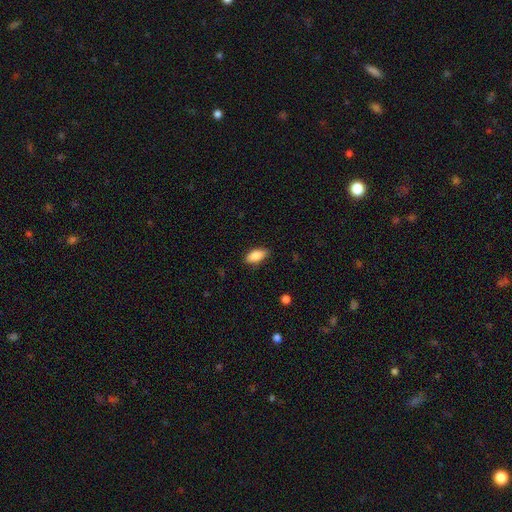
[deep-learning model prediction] smooth_or_featured: smooth (p=0.86) [alt: featured or disk p=0.08]
how_rounded: in between (p=0.89) [alt: cigar-shaped p=0.08]
merging: none (p=0.84) [alt: minor disturbance p=0.12]